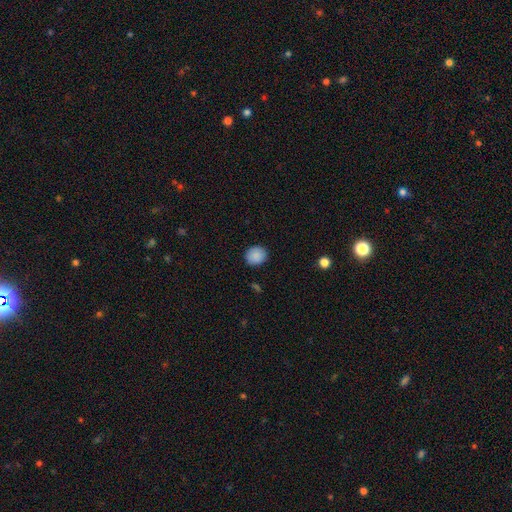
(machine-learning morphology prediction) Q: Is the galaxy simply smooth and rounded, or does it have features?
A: smooth — 88%.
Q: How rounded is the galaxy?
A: round — 78%.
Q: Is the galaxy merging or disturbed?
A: none — 88%.